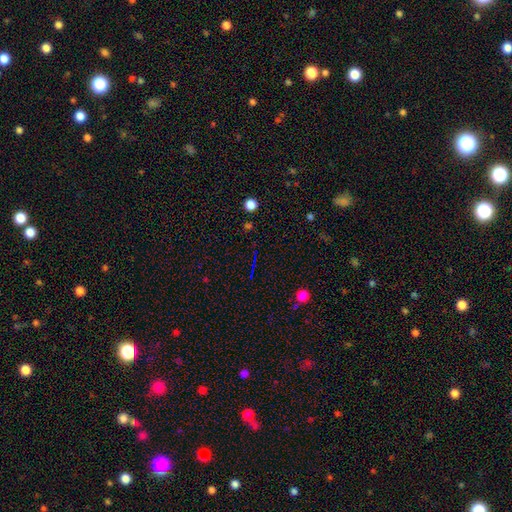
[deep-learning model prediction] Smooth or featured?
  - star or artifact: 67% *
  - smooth: 23%
  - featured or disk: 11%